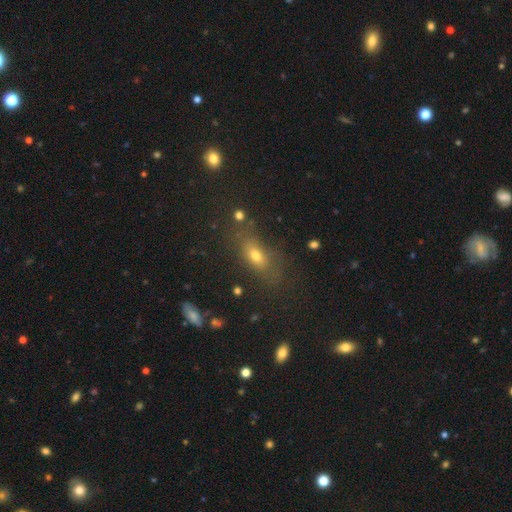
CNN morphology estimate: smooth_or_featured: smooth (p=0.65) [alt: star or artifact p=0.18]
how_rounded: in between (p=0.70) [alt: cigar-shaped p=0.19]
merging: none (p=0.69) [alt: minor disturbance p=0.17]